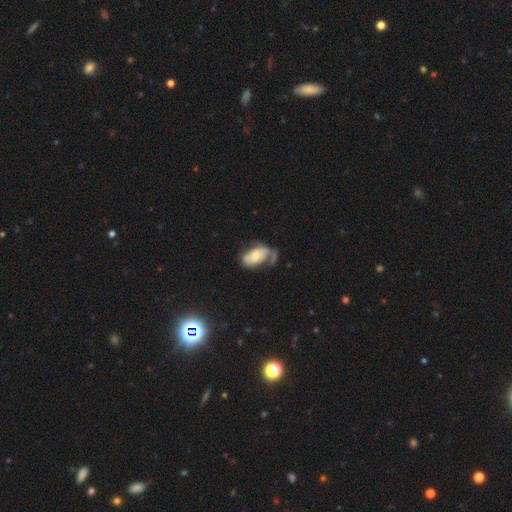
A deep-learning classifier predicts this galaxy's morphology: The model was most divided on "merging": none: 33%, major disturbance: 29%, minor disturbance: 28%, merger: 11%. Remaining: smooth or featured — featured or disk (50%).